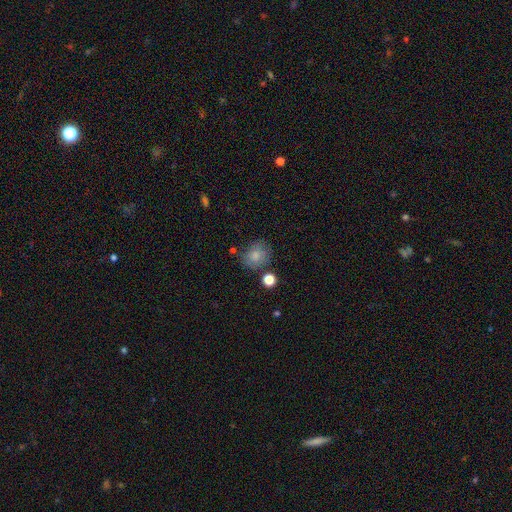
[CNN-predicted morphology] Smooth or featured: smooth — 77% (featured or disk — 13%)
How rounded: round — 66% (in between — 33%)
Merging: none — 67% (minor disturbance — 20%)